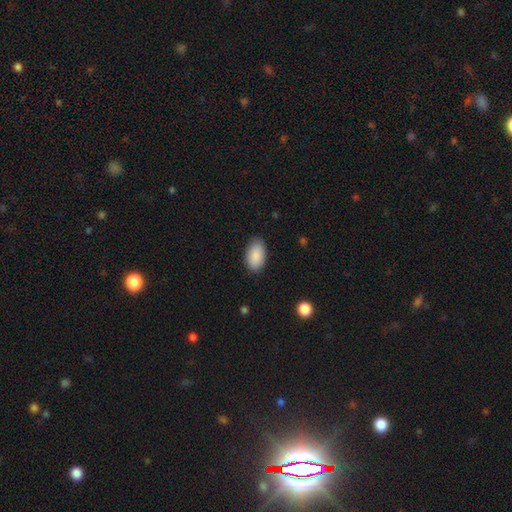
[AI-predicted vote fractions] The model was most divided on "merging": none: 86%, minor disturbance: 11%, major disturbance: 2%, merger: 1%. More confident: how rounded — in between (95%); smooth or featured — smooth (90%).